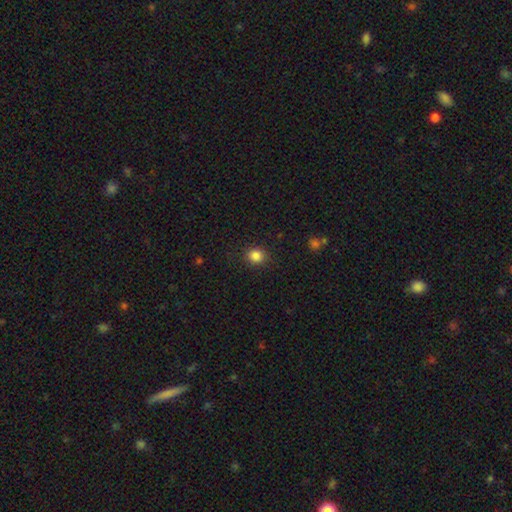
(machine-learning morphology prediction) This is clearly a smooth galaxy (85%). How rounded: clearly round (83%). Merging: clearly none (89%).